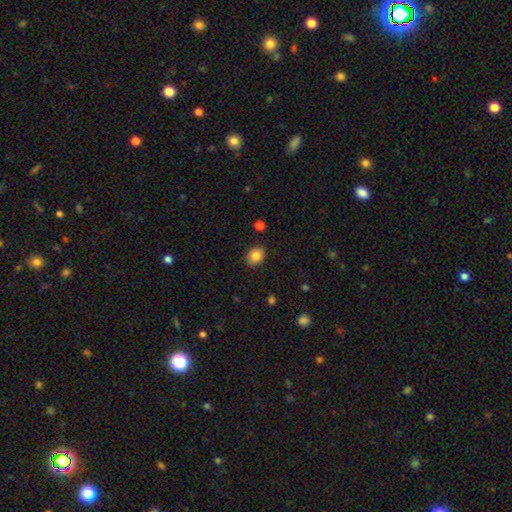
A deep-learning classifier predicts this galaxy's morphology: smooth 84%, star or artifact 9%, featured or disk 7%. Down the decision tree: how rounded — in between (57%); merging — none (87%).